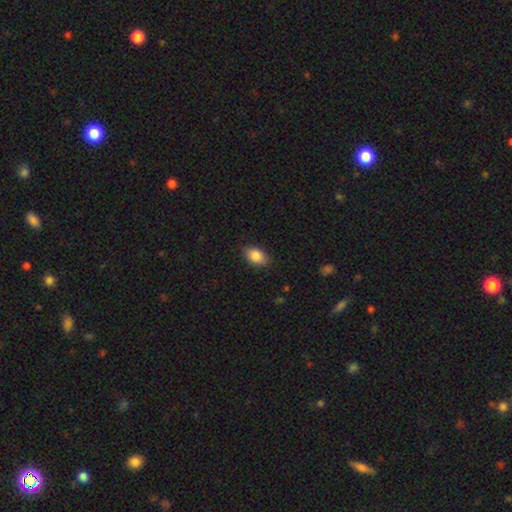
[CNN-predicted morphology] Smooth or featured: smooth — 87% (star or artifact — 7%)
How rounded: in between — 89% (round — 9%)
Merging: none — 84% (minor disturbance — 13%)